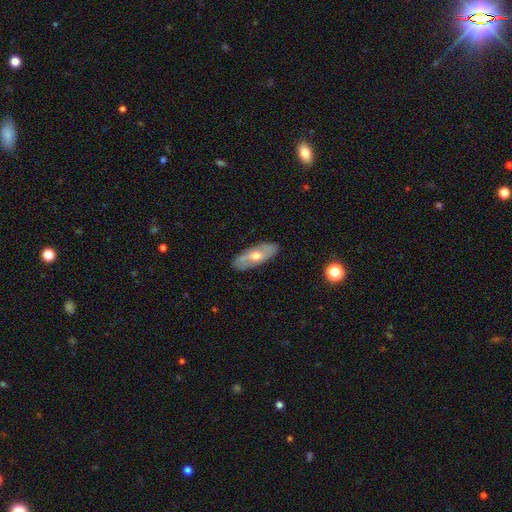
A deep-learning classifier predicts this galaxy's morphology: smooth-or-featured: featured or disk: 52% | smooth: 42% | star or artifact: 6%
  disk-edge-on: no: 73% | yes: 27%
  merging: none: 86% | minor disturbance: 11% | major disturbance: 2% | merger: 1%